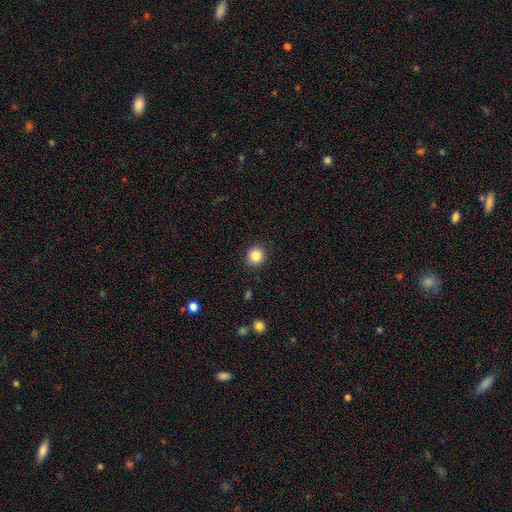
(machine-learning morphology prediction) The model was most divided on "smooth or featured": smooth: 86%, star or artifact: 10%, featured or disk: 4%. More confident: how rounded — round (90%); merging — none (90%).